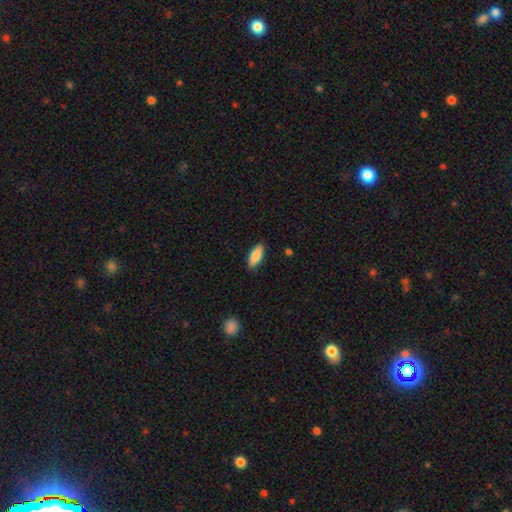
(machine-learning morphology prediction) Smooth or featured? Predicted: smooth (p=0.84). How rounded? Predicted: in between (p=0.74). Merging? Predicted: none (p=0.87).